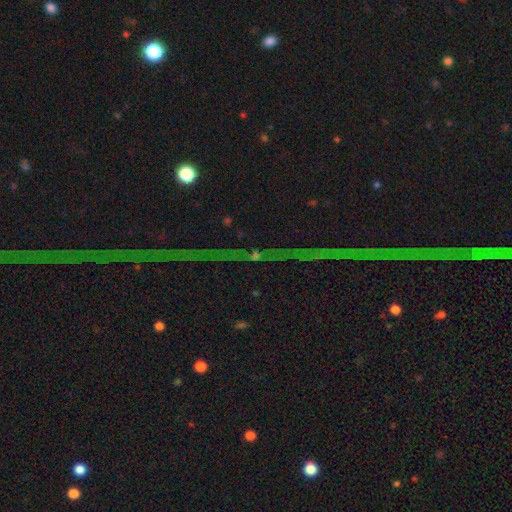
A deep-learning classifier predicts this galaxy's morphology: Smooth or featured?
  - star or artifact: 78% *
  - featured or disk: 13%
  - smooth: 8%